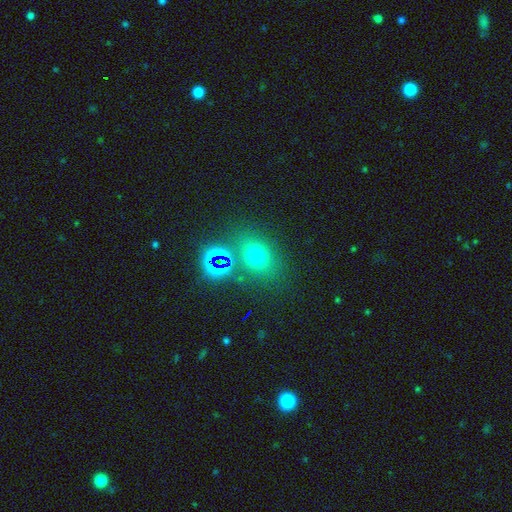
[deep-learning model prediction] Smooth or featured? Predicted: smooth (p=0.62). How rounded? Predicted: round (p=0.52). Merging? Predicted: none (p=0.74).